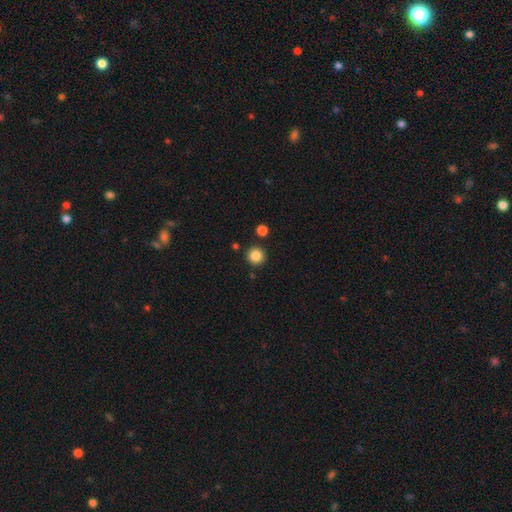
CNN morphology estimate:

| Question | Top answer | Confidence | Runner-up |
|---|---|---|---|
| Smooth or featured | smooth | 86% | star or artifact (10%) |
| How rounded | round | 95% | in between (4%) |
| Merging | none | 89% | minor disturbance (5%) |